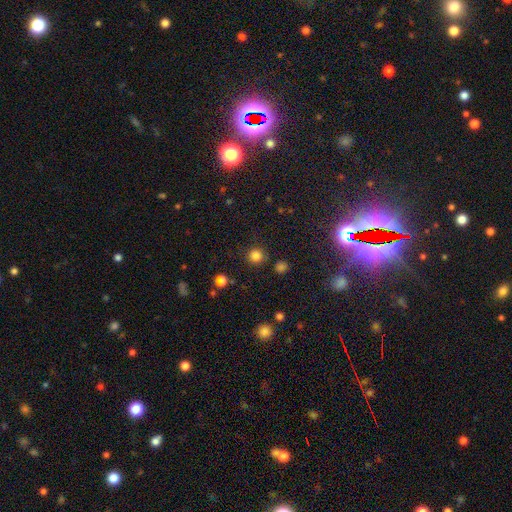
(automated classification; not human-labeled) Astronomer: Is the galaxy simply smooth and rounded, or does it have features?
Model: smooth — 82%.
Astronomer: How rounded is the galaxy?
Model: round — 93%.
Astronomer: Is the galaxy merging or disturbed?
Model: none — 87%.